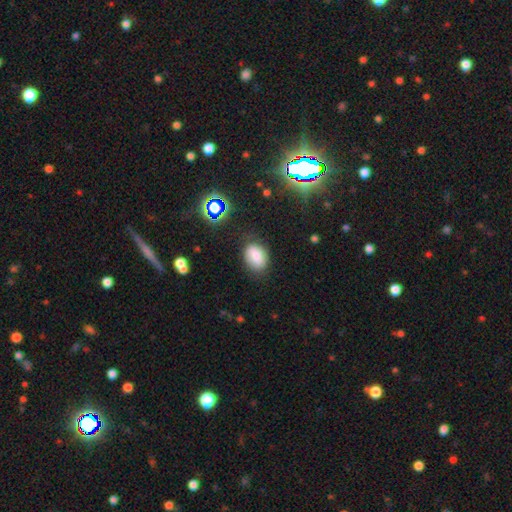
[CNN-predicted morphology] type=smooth (73%); roundness=in between (72%); merging=none (73%).